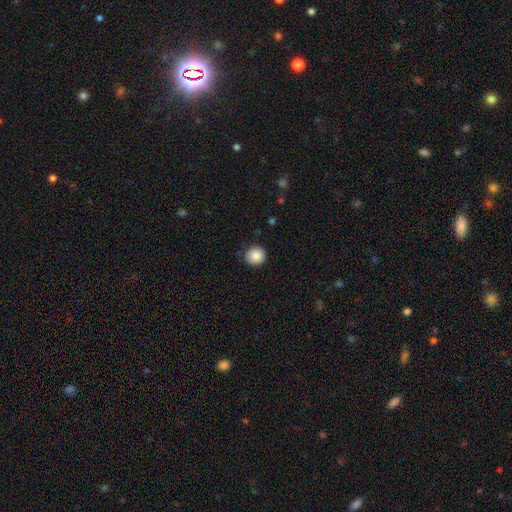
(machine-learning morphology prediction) Smooth or featured?
  - smooth: 88% *
  - star or artifact: 9%
  - featured or disk: 3%
How rounded?
  - round: 93% *
  - in between: 6%
  - cigar-shaped: 1%
Merging?
  - none: 87% *
  - minor disturbance: 9%
  - major disturbance: 2%
  - merger: 1%